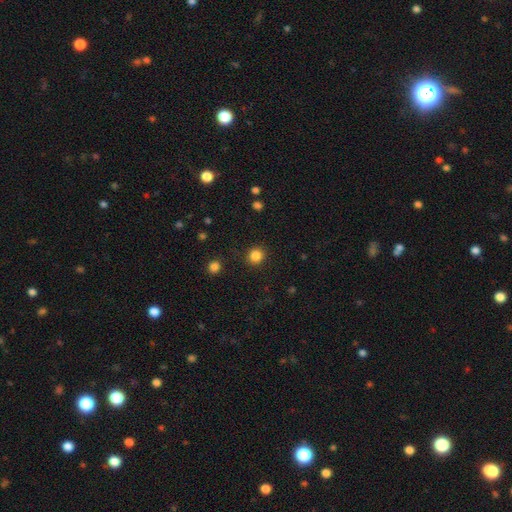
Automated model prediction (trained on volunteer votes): Smooth or featured? Predicted: smooth (p=0.85). How rounded? Predicted: round (p=0.89). Merging? Predicted: none (p=0.90).